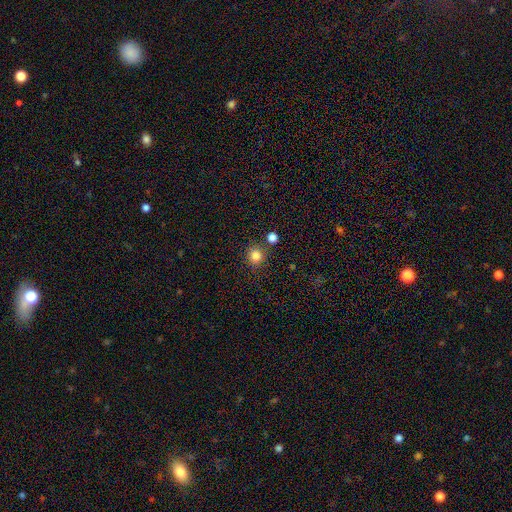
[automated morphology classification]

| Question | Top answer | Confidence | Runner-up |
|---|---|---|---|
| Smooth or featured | smooth | 83% | star or artifact (12%) |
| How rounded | round | 91% | in between (8%) |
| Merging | none | 80% | minor disturbance (9%) |